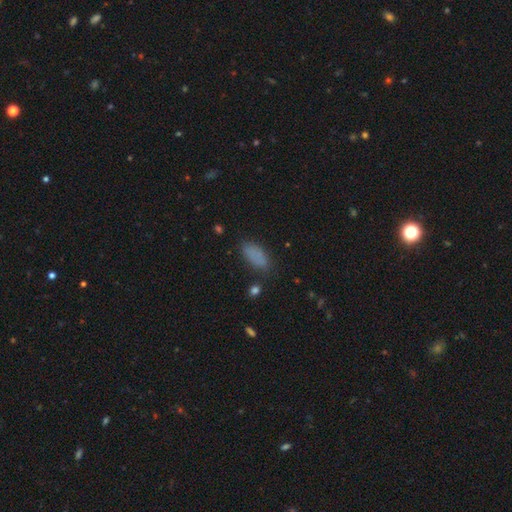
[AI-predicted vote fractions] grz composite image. It shows a smooth galaxy with no disk features (82%) that is in between round and cigar-shaped (85%). Merging: none (75%).